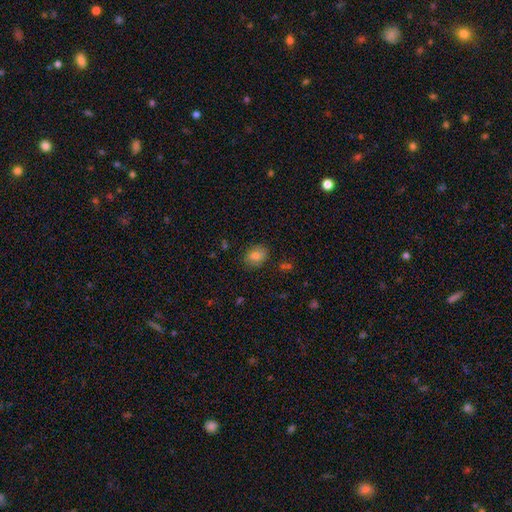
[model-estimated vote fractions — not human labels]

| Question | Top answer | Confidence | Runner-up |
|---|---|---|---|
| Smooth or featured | smooth | 77% | featured or disk (13%) |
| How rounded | in between | 61% | round (38%) |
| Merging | none | 82% | minor disturbance (13%) |